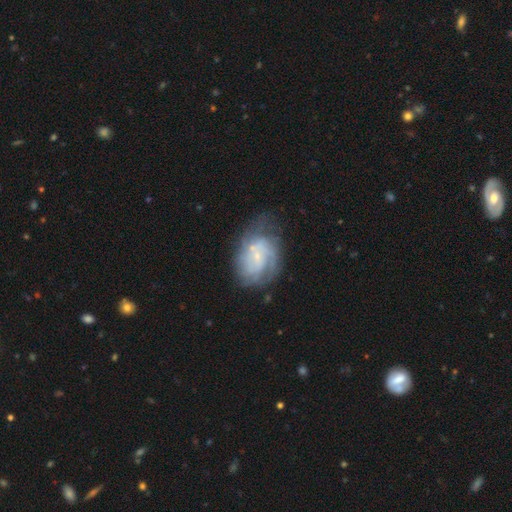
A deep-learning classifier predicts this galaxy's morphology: smooth-or-featured: featured or disk: 67% | smooth: 23% | star or artifact: 10%
  disk-edge-on: no: 97% | yes: 3%
    bar: no: 50% | weak: 42% | strong: 8%
    has-spiral-arms: yes: 87% | no: 13%
      spiral-winding: tight: 45% | medium: 39% | loose: 16%
      spiral-arm-count: can't tell: 39% | 2: 31% | 3: 14% | 1: 6% | 4: 6% | more than 4: 4%
    bulge-size: small: 65% | moderate: 17% | none: 15% | large: 2% | dominant: 1%
  merging: none: 60% | minor disturbance: 24% | major disturbance: 13% | merger: 2%